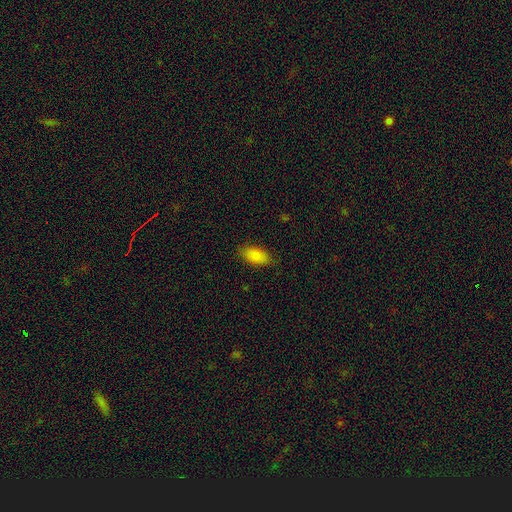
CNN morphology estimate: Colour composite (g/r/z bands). It shows a smooth galaxy with no disk features (84%) that is in between round and cigar-shaped (91%). Merging: none (83%).